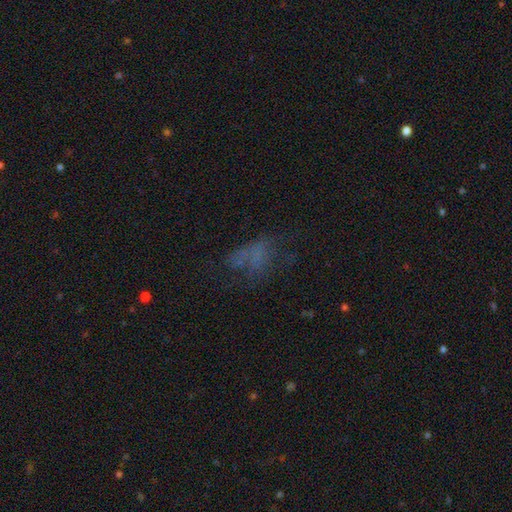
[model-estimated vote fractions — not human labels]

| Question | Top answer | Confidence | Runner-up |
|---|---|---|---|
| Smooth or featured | smooth | 40% | featured or disk (33%) |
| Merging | none | 40% | major disturbance (36%) |